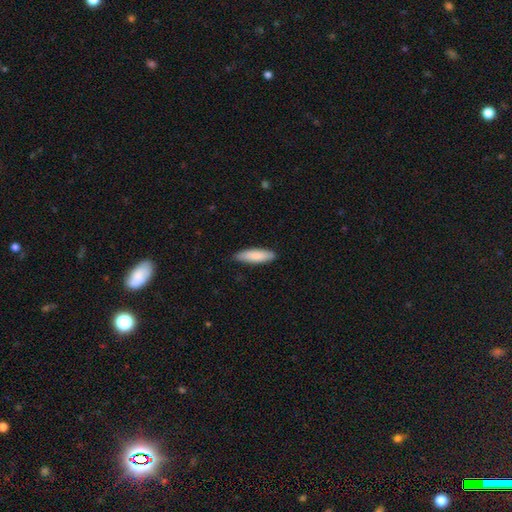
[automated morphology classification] This is clearly a smooth galaxy (86%). How rounded: likely cigar-shaped (60%). Merging: clearly none (86%).